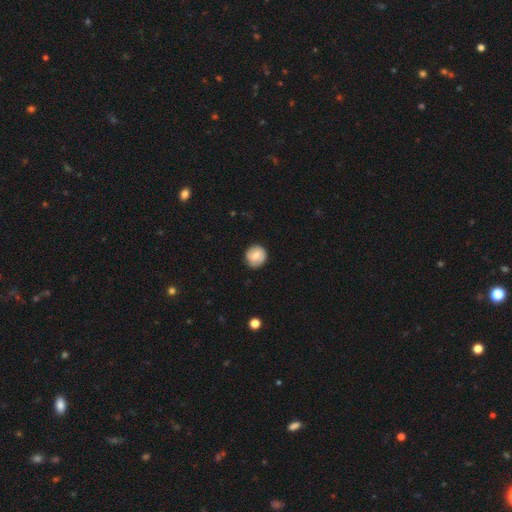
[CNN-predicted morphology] Overall: smooth (59%; featured or disk 34%). How rounded: round (88%). Merging: none (82%).